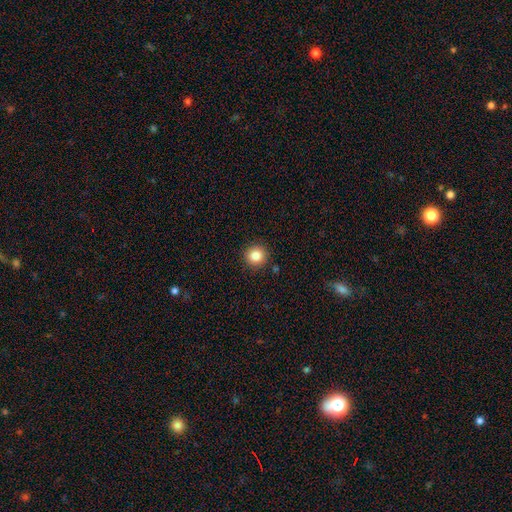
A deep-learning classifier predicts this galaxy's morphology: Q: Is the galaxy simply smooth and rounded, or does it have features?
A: smooth — 85%.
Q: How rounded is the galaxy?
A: round — 94%.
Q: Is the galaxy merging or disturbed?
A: none — 91%.